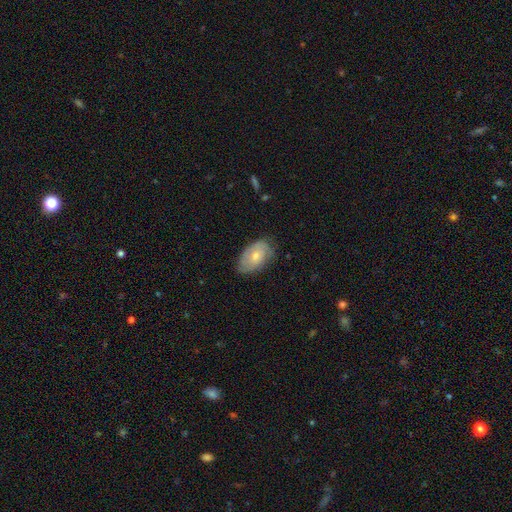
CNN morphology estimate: smooth_or_featured: smooth (p=0.57) [alt: featured or disk p=0.37]
how_rounded: in between (p=0.91) [alt: round p=0.07]
merging: none (p=0.67) [alt: minor disturbance p=0.26]